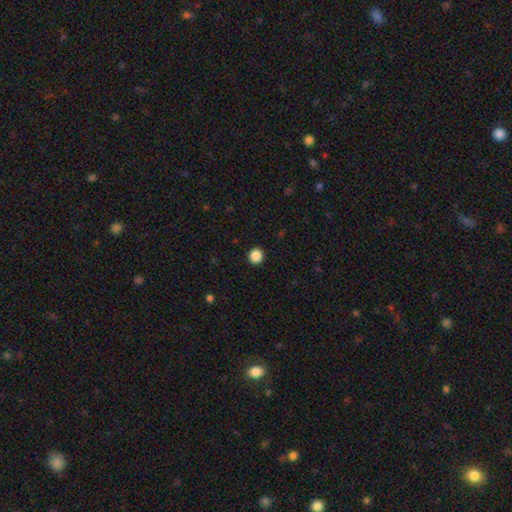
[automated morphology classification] Smooth or featured?
  - smooth: 88% *
  - star or artifact: 10%
  - featured or disk: 2%
How rounded?
  - round: 95% *
  - in between: 5%
  - cigar-shaped: 1%
Merging?
  - none: 94% *
  - minor disturbance: 4%
  - major disturbance: 1%
  - merger: 1%